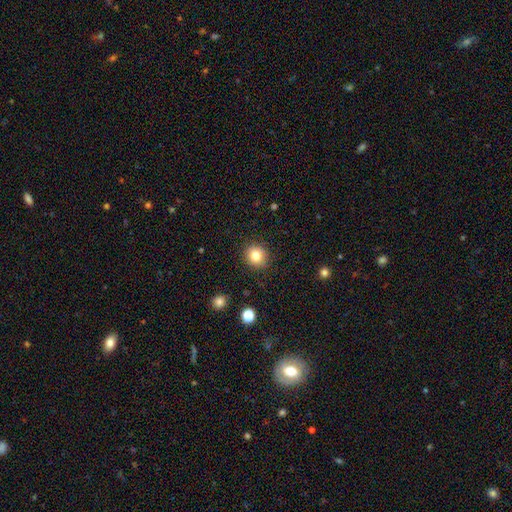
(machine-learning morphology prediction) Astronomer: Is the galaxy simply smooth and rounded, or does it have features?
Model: smooth — 81%.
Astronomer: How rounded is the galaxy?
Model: round — 88%.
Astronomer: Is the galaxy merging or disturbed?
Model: none — 90%.